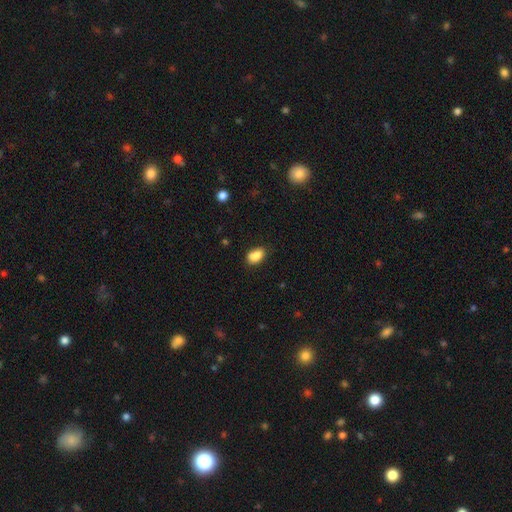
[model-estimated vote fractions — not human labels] Overall: smooth (85%). How rounded: in between (88%). Merging: none (66%).